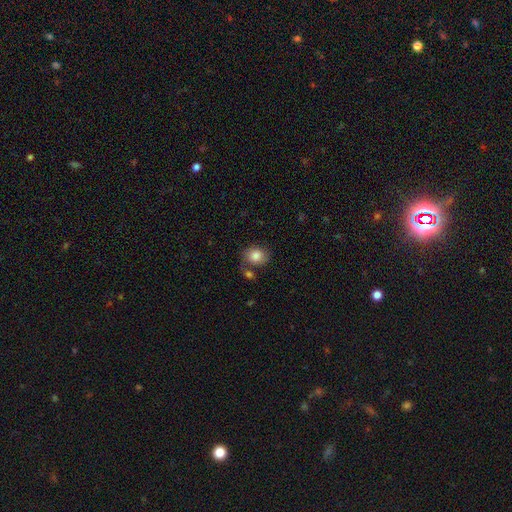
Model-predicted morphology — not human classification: smooth_or_featured: smooth (p=0.79) [alt: featured or disk p=0.13]
how_rounded: round (p=0.64) [alt: in between p=0.35]
merging: none (p=0.57) [alt: minor disturbance p=0.18]